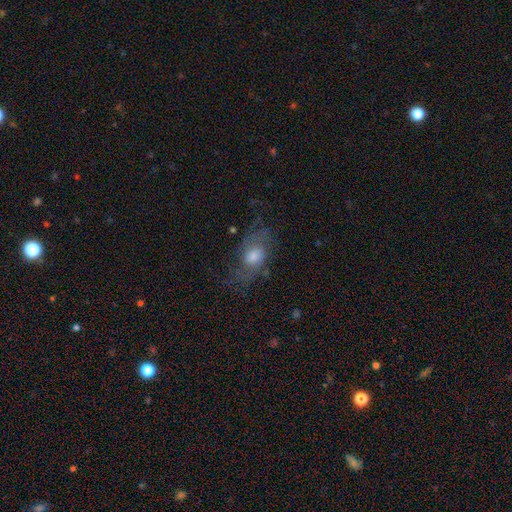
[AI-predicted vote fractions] Smooth or featured?
  - featured or disk: 48% *
  - smooth: 34%
  - star or artifact: 18%
Merging?
  - none: 64% *
  - minor disturbance: 20%
  - major disturbance: 14%
  - merger: 2%